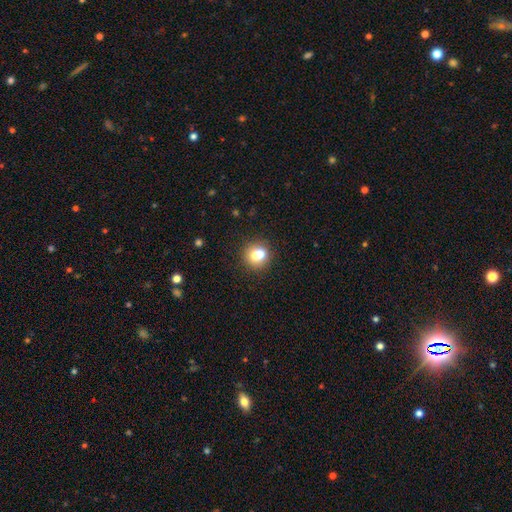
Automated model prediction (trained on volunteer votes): This appears to be a smooth galaxy with no disk features (69%) that is round (85%). Merging: none (55%).